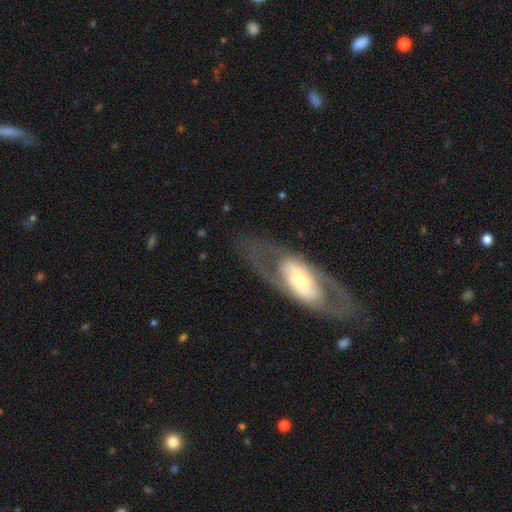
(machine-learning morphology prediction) type=featured or disk (73%); edge-on=no (84%); bar=no (48%); spiral arms=yes (52%); bulge=moderate (48%); merging=none (78%).